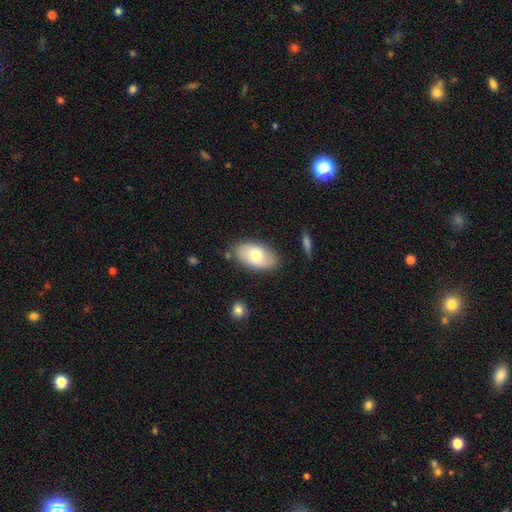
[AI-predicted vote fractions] smooth 71%, featured or disk 23%, star or artifact 6%. Down the decision tree: how rounded — in between (94%); merging — none (81%).